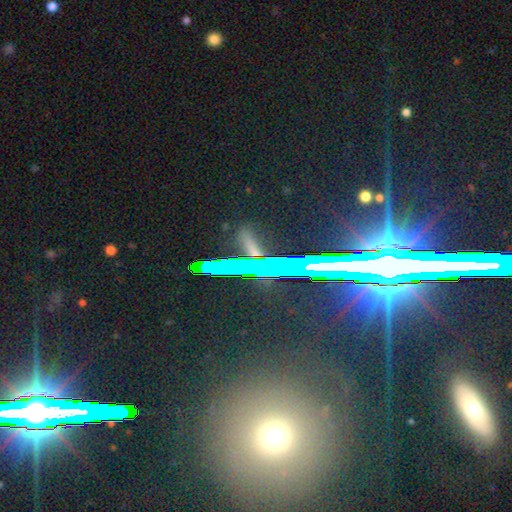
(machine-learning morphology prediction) type=star or artifact (71%).